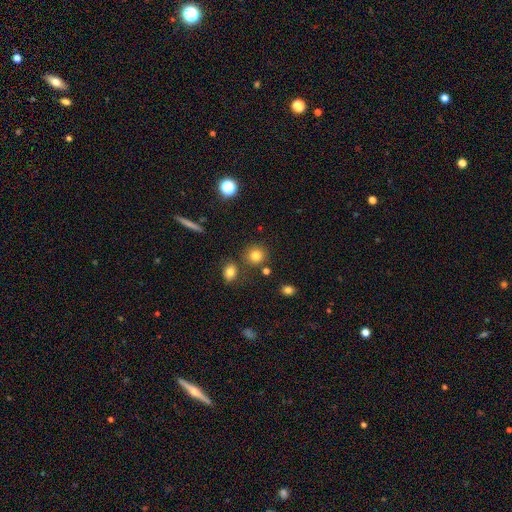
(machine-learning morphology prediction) A smooth galaxy with no disk features (80%) that is round (88%). Merging: none (81%).